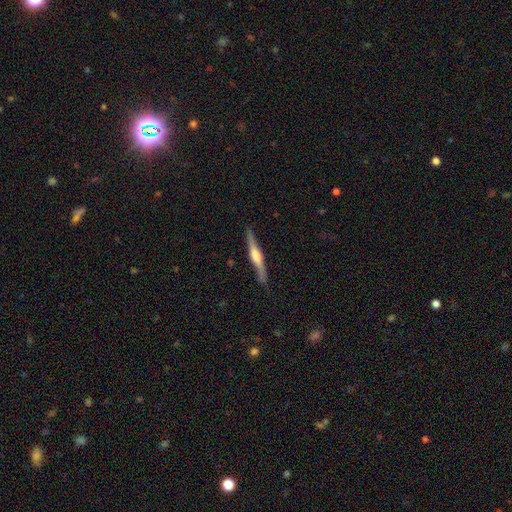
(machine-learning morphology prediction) This is likely a featured or disk galaxy (67%). It is clearly viewed edge-on (96%). Edge-on bulge: likely rounded (71%). Merging: clearly none (85%).